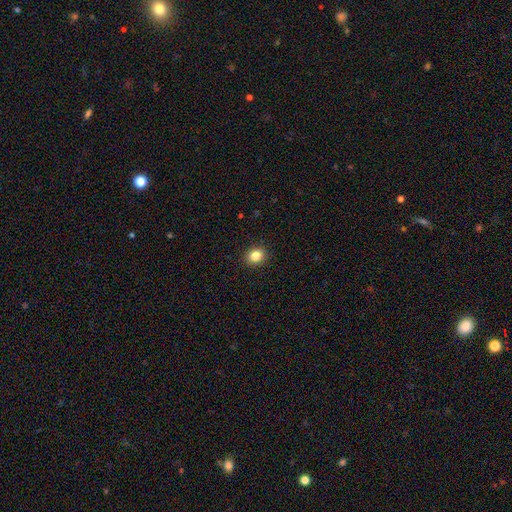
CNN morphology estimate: This appears to be a smooth galaxy with no disk features (85%) that is round (68%). Merging: none (92%).